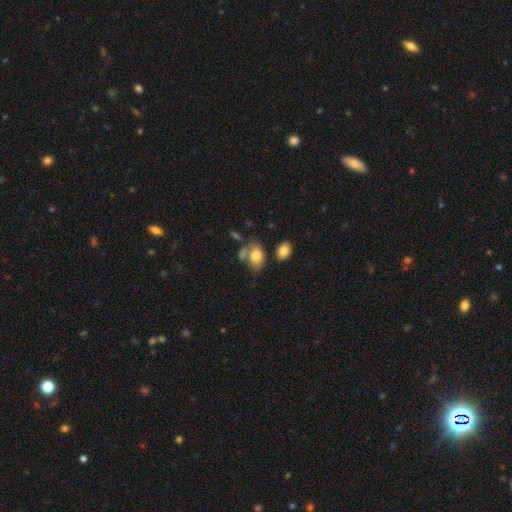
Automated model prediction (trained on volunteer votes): Q: Smooth or featured?
A: smooth (78%); runner-up: featured or disk (14%)
Q: How rounded?
A: in between (83%); runner-up: round (15%)
Q: Merging?
A: none (52%); runner-up: merger (23%)